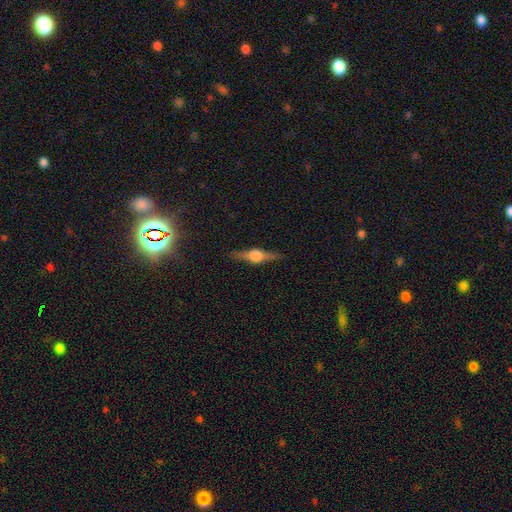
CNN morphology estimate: Smooth or featured? Predicted: featured or disk (p=0.79). Edge-on disk? Predicted: yes (p=0.97). Edge-on bulge? Predicted: rounded (p=0.93). Merging? Predicted: none (p=0.89).